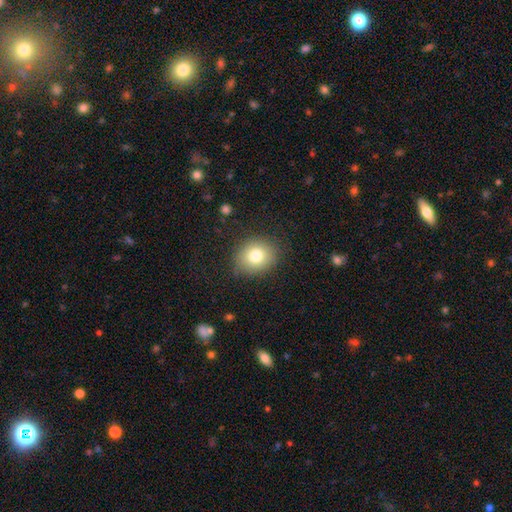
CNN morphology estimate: Smooth or featured? smooth (79%)
How rounded? round (66%)
Merging? none (84%)